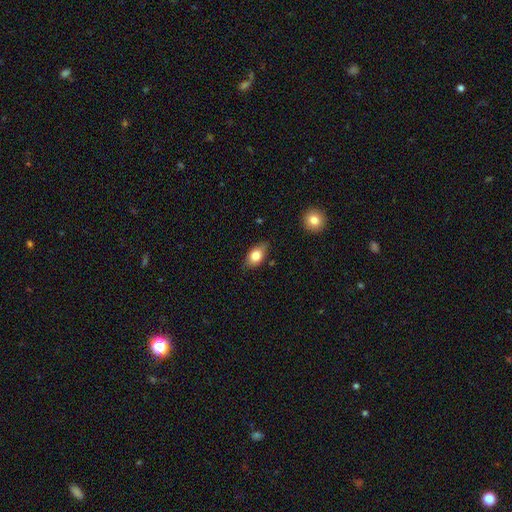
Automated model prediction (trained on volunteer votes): smooth-or-featured: smooth: 81% | featured or disk: 12% | star or artifact: 7%
  how-rounded: in between: 85% | round: 12% | cigar-shaped: 3%
  merging: none: 75% | minor disturbance: 20% | major disturbance: 4% | merger: 2%